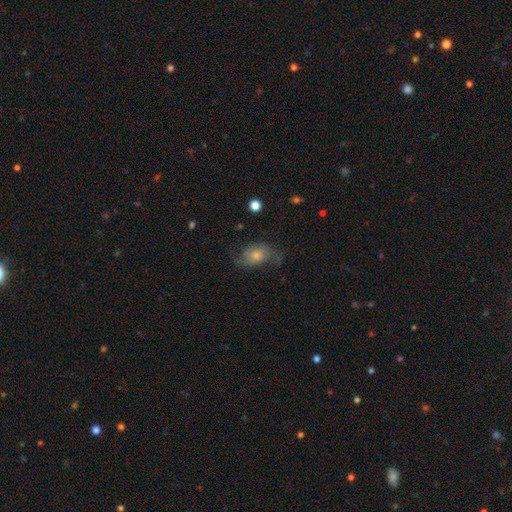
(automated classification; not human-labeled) Smooth or featured? featured or disk (51%)
Edge-on disk? no (94%)
Merging? none (64%)